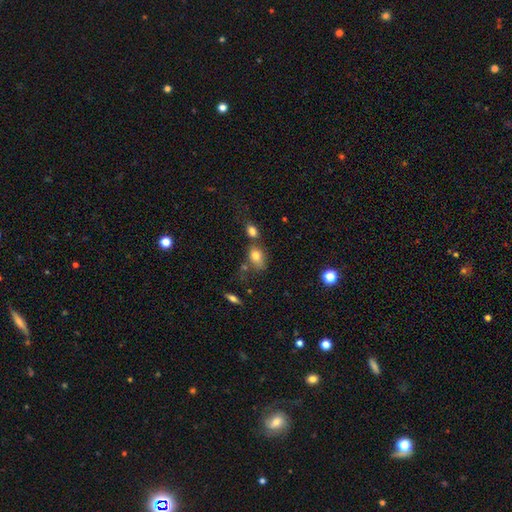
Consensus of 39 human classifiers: Smooth or featured: smooth — 82% (featured or disk — 10%)
How rounded: in between — 94% (round — 3%)
Merging: none — 47% (merger — 33%)